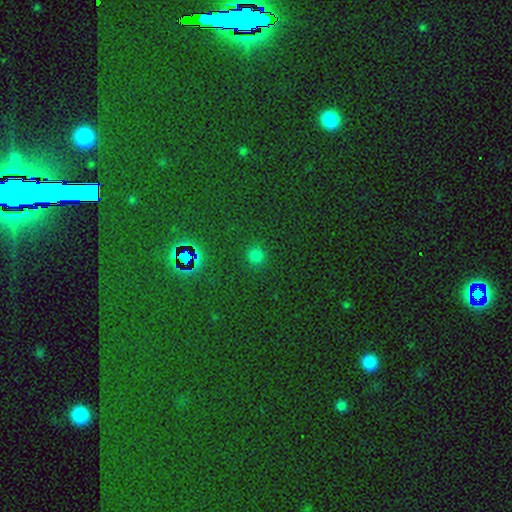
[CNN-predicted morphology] This is likely a smooth galaxy (66%). How rounded: clearly round (91%). Merging: clearly none (88%).